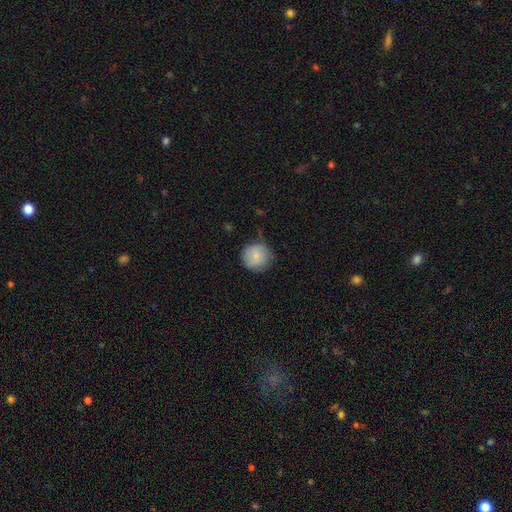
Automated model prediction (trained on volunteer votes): Smooth or featured? Predicted: smooth (p=0.80). How rounded? Predicted: round (p=0.92). Merging? Predicted: none (p=0.71).